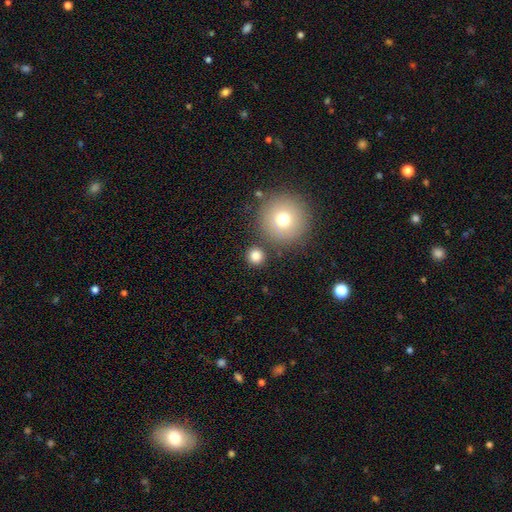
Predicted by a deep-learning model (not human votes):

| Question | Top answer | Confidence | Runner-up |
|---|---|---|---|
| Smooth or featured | smooth | 80% | star or artifact (13%) |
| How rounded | round | 93% | in between (6%) |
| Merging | none | 82% | merger (8%) |